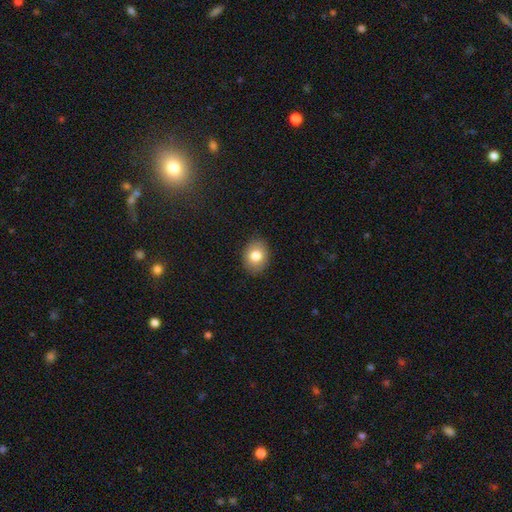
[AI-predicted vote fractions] The model was most divided on "how rounded": in between: 57%, round: 42%, cigar-shaped: 1%. More confident: merging — none (89%); smooth or featured — smooth (80%).